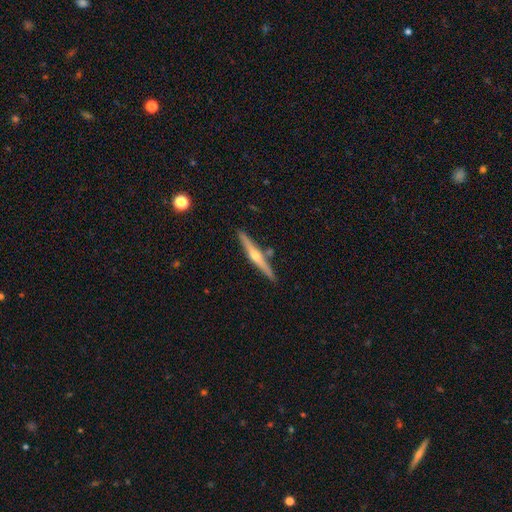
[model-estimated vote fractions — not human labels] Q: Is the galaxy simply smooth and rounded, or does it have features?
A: featured or disk — 76%.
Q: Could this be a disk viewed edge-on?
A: yes — 98%.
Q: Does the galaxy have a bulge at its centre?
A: rounded — 91%.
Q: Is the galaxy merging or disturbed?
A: none — 87%.